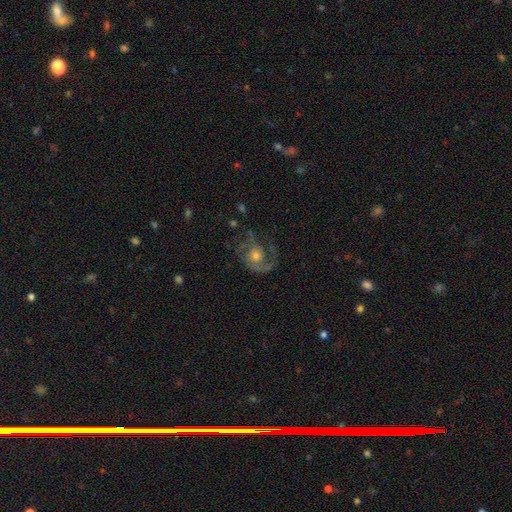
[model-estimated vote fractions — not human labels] This appears to be a featured or disk galaxy (82%) with no bar (77%), 2 (47%) medium (48%) spiral arms (94%) and a moderate central bulge (58%). Merging: none (60%).